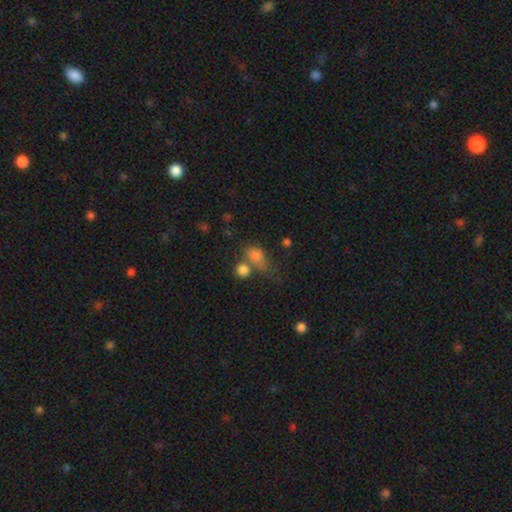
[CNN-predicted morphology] This appears to be a smooth galaxy with no disk features (78%) that is in between round and cigar-shaped (71%). Merging: none (36%).